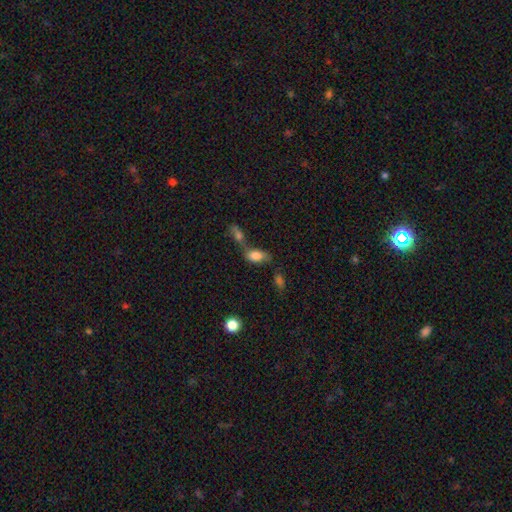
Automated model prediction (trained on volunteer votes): Q: Smooth or featured?
A: smooth (78%); runner-up: featured or disk (12%)
Q: How rounded?
A: in between (90%); runner-up: round (5%)
Q: Merging?
A: merger (45%); runner-up: none (34%)